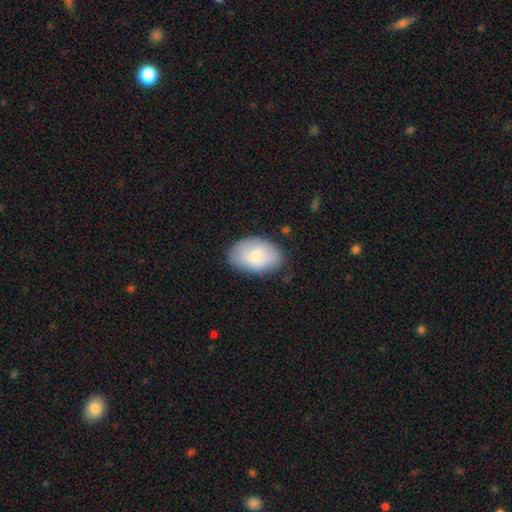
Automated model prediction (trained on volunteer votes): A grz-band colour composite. It shows a smooth galaxy with no disk features (66%) that is in between round and cigar-shaped (88%). Merging: none (76%).